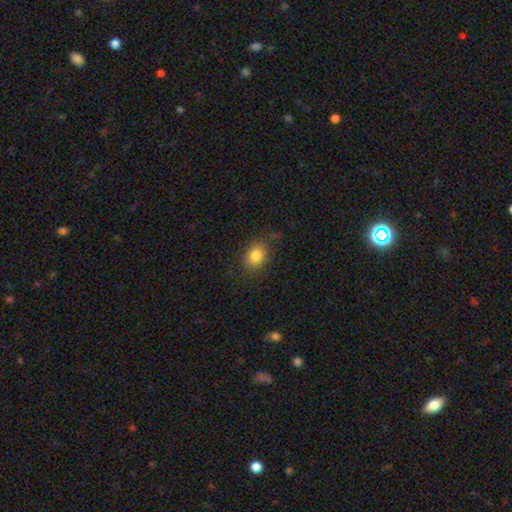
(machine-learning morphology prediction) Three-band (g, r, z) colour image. It shows a smooth galaxy with no disk features (83%) that is in between round and cigar-shaped (57%). Merging: none (79%).